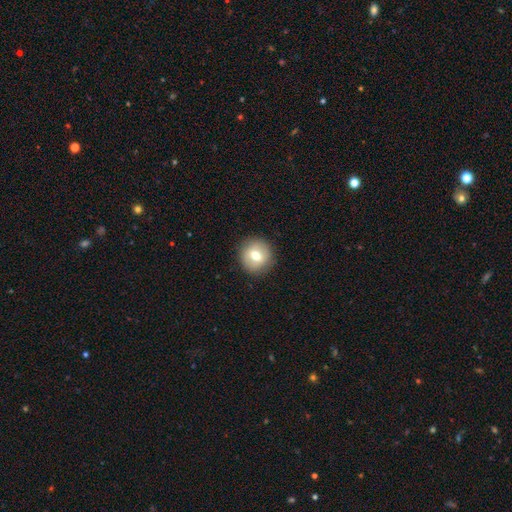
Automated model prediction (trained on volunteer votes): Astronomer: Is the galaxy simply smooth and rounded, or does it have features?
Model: smooth — 65%.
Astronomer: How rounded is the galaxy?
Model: round — 92%.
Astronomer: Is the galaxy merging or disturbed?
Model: none — 90%.